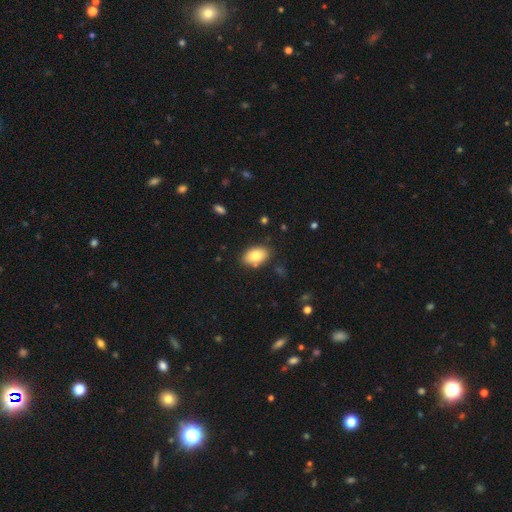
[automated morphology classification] This appears to be a smooth galaxy with no disk features (80%) that is in between round and cigar-shaped (89%). Merging: none (83%).